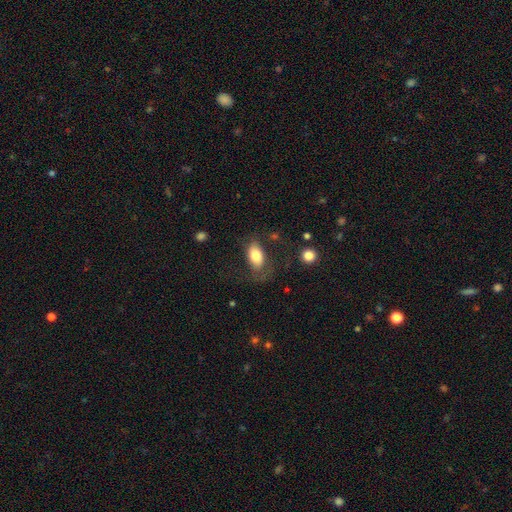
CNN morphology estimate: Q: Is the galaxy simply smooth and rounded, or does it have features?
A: smooth — 77%.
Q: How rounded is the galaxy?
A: in between — 92%.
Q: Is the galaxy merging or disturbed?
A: none — 59%.